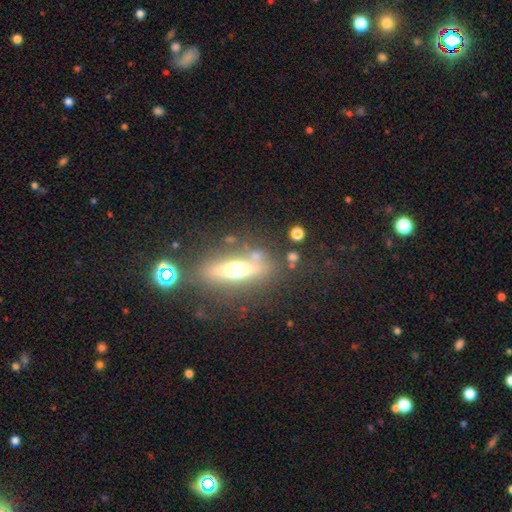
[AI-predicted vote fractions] smooth_or_featured: featured or disk (p=0.62) [alt: smooth p=0.27]
disk_edge_on: yes (p=0.76) [alt: no p=0.24]
merging: none (p=0.65) [alt: minor disturbance p=0.16]